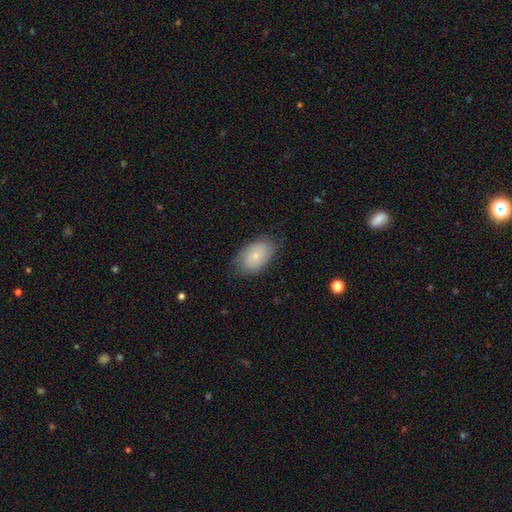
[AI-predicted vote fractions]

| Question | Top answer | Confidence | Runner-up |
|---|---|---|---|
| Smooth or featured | smooth | 74% | featured or disk (19%) |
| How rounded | in between | 91% | round (8%) |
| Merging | none | 77% | minor disturbance (18%) |